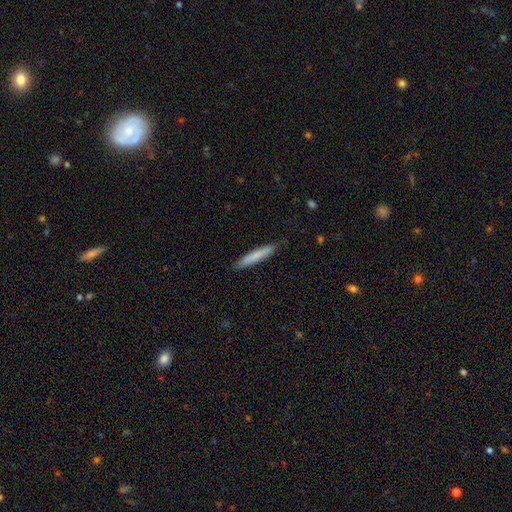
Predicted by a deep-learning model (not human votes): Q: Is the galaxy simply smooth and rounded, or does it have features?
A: smooth — 76%.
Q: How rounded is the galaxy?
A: cigar-shaped — 93%.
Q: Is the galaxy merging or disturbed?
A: none — 86%.